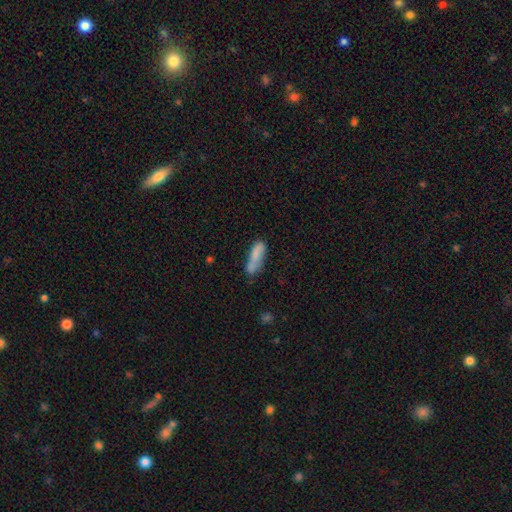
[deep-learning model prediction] Smooth or featured?
  - smooth: 78% *
  - featured or disk: 14%
  - star or artifact: 8%
How rounded?
  - cigar-shaped: 57% *
  - in between: 40%
  - round: 2%
Merging?
  - none: 50% *
  - minor disturbance: 24%
  - merger: 18%
  - major disturbance: 8%